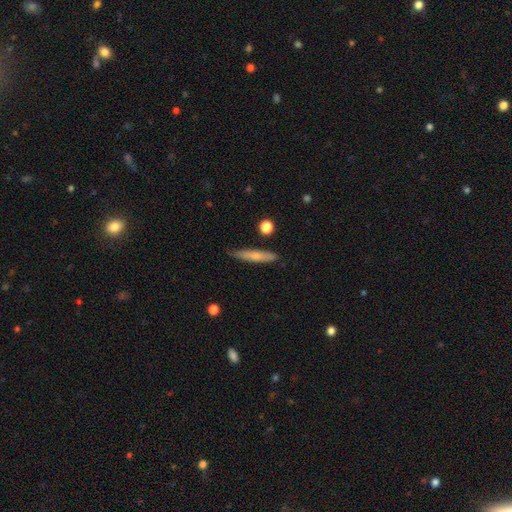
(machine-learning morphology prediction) A smooth galaxy with no disk features (65%) that is cigar-shaped (90%). Merging: none (81%).